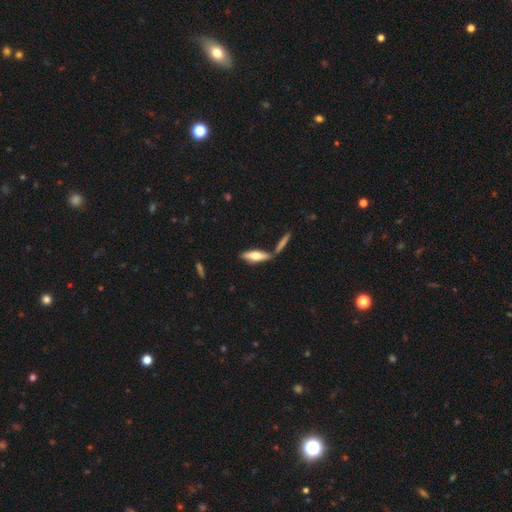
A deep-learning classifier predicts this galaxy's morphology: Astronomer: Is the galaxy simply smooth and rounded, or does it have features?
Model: smooth — 58% (runner-up: featured or disk, 36%).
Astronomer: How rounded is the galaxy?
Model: cigar-shaped — 52% (runner-up: in between, 46%).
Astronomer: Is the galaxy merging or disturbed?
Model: none — 62%.